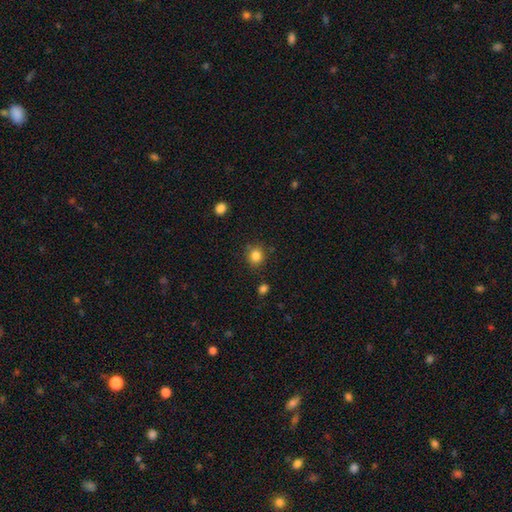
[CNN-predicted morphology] smooth-or-featured: smooth: 84% | star or artifact: 11% | featured or disk: 5%
  how-rounded: round: 83% | in between: 16% | cigar-shaped: 1%
  merging: none: 85% | minor disturbance: 10% | merger: 3% | major disturbance: 3%